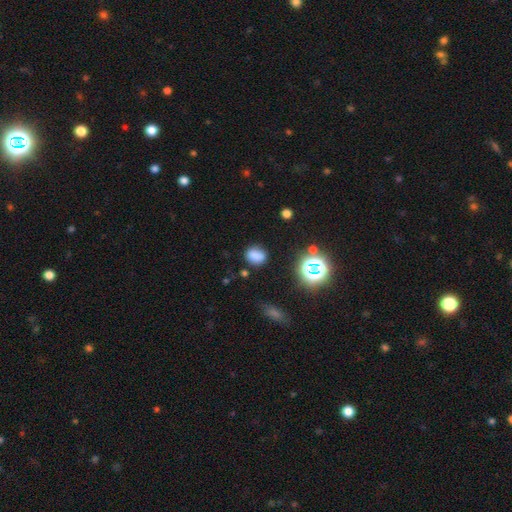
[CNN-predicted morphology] Smooth or featured? Predicted: smooth (p=0.76). How rounded? Predicted: in between (p=0.52). Merging? Predicted: none (p=0.79).